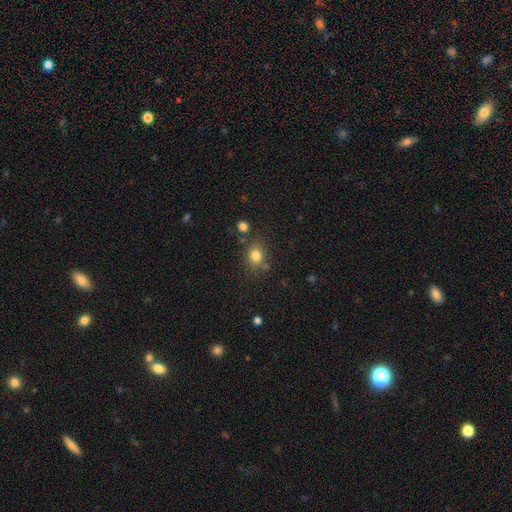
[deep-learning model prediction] A smooth galaxy with no disk features (80%) that is round (51%).

Vote fractions:
- Smooth or featured? smooth: 80% / star or artifact: 12% / featured or disk: 8%
- How rounded? round: 51% / in between: 48% / cigar-shaped: 1%
- Merging? none: 73% / minor disturbance: 14% / merger: 8% / major disturbance: 4%